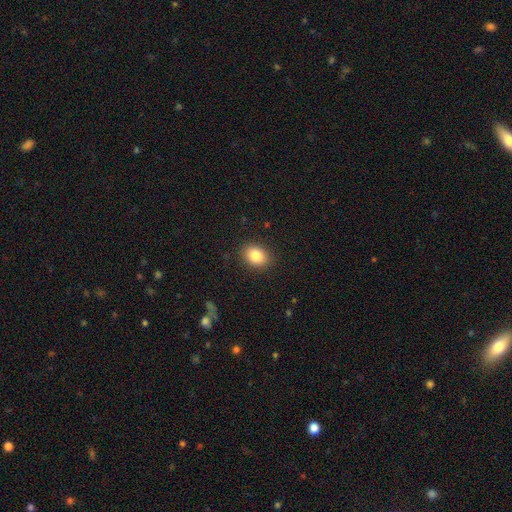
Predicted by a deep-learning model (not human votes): This appears to be a smooth galaxy with no disk features (85%) that is in between round and cigar-shaped (64%). Merging: none (88%).